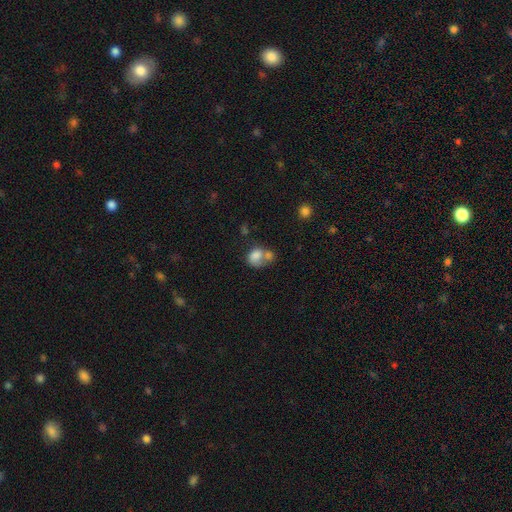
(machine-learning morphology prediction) Smooth or featured: smooth — 77% (featured or disk — 14%)
How rounded: in between — 54% (round — 44%)
Merging: merger — 59% (none — 21%)